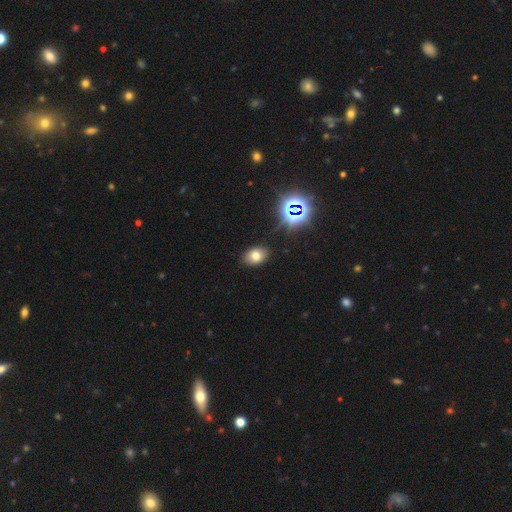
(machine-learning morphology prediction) smooth_or_featured: smooth (p=0.71) [alt: star or artifact p=0.19]
how_rounded: in between (p=0.79) [alt: round p=0.20]
merging: none (p=0.85) [alt: minor disturbance p=0.10]